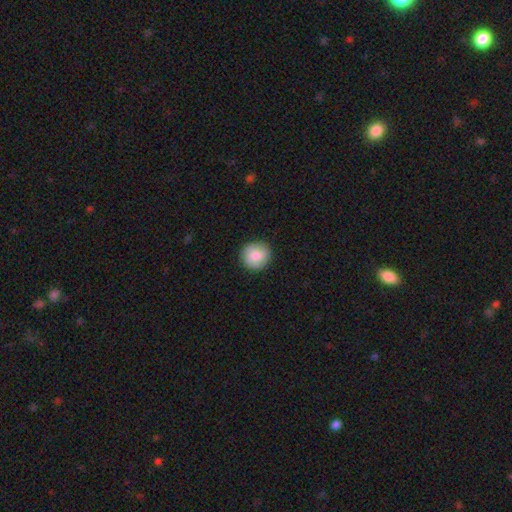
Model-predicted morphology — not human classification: smooth 84%, featured or disk 9%, star or artifact 7%. Down the decision tree: how rounded — round (93%); merging — none (90%).